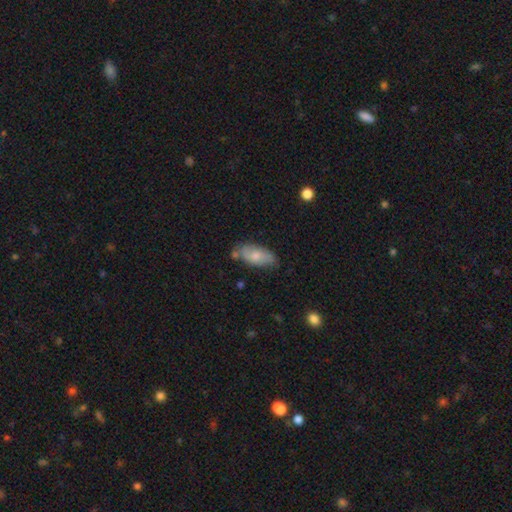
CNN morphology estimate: Smooth or featured: smooth — 67% (featured or disk — 26%)
How rounded: in between — 90% (cigar-shaped — 8%)
Merging: none — 62% (minor disturbance — 25%)